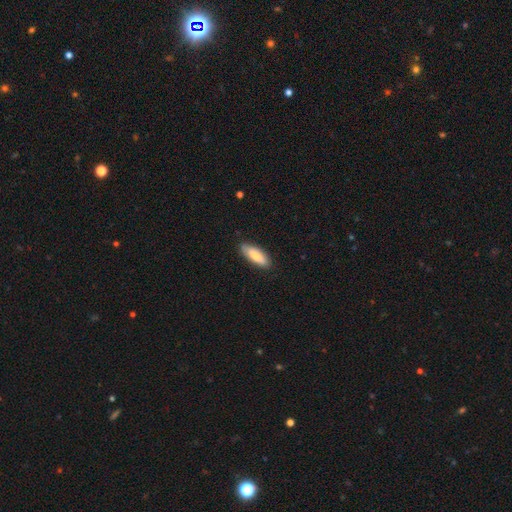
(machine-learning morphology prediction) A smooth galaxy with no disk features (80%) that is in between round and cigar-shaped (61%). Merging: none (85%).